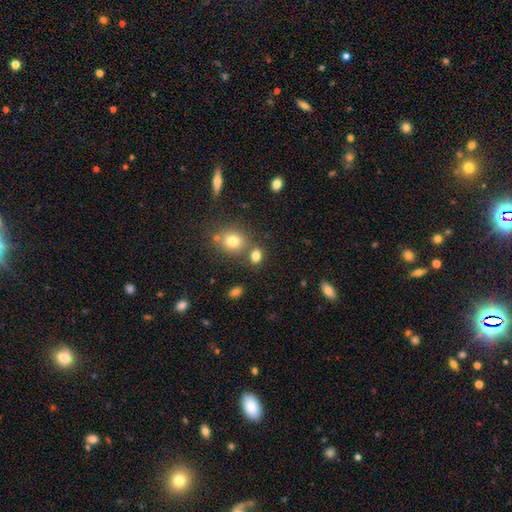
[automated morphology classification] type=smooth (79%); roundness=in between (59%); merging=none (63%).